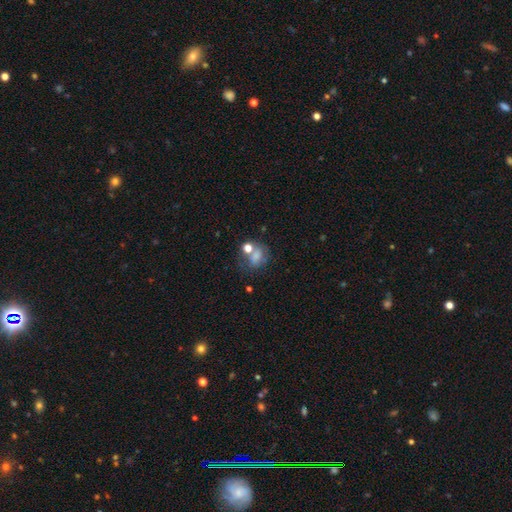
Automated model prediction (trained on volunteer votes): Smooth or featured?
  - smooth: 64% *
  - featured or disk: 21%
  - star or artifact: 15%
How rounded?
  - round: 51% *
  - in between: 47%
  - cigar-shaped: 1%
Merging?
  - none: 41% *
  - merger: 26%
  - minor disturbance: 18%
  - major disturbance: 15%